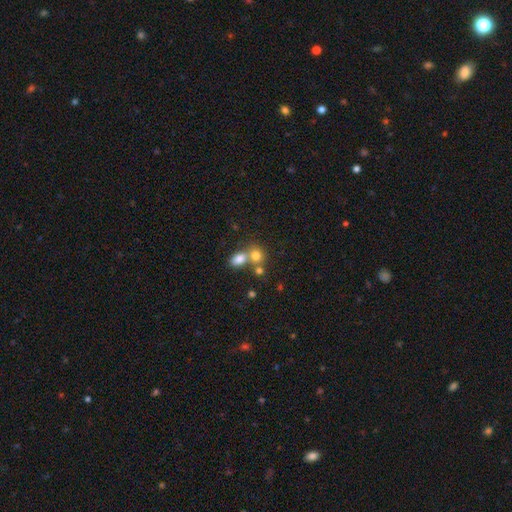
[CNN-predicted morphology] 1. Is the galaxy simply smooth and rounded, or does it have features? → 76% smooth, 12% star or artifact, 11% featured or disk.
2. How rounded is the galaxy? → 59% round, 40% in between, 1% cigar-shaped.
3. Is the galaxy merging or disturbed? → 51% merger, 37% none, 8% minor disturbance, 4% major disturbance.